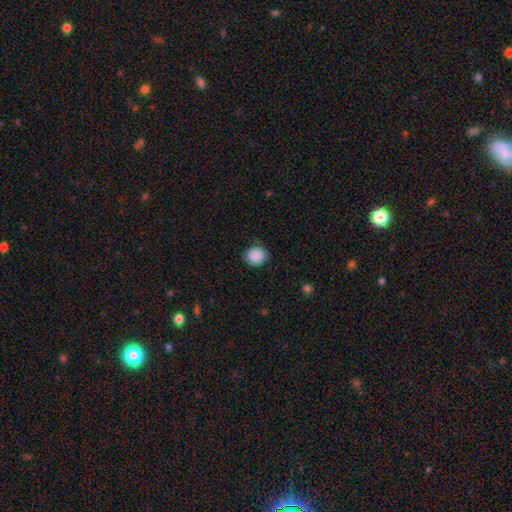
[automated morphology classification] A smooth galaxy with no disk features (89%) that is round (83%). Merging: none (84%).